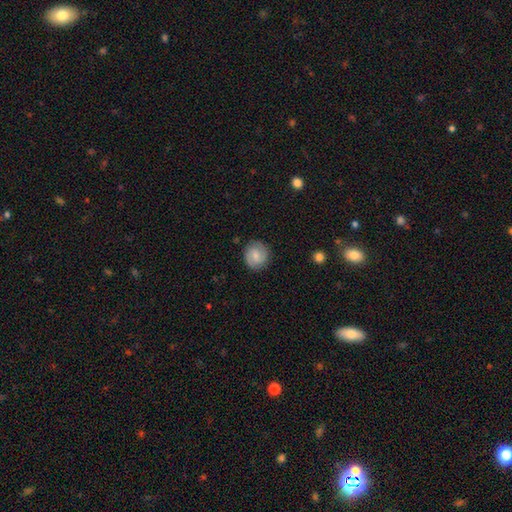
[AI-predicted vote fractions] The model was most divided on "smooth or featured": smooth: 53%, featured or disk: 40%, star or artifact: 7%. More confident: merging — none (85%); how rounded — round (84%).